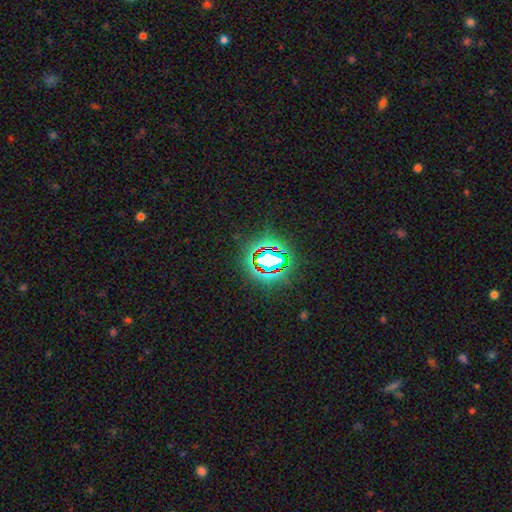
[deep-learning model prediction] Q: Smooth or featured?
A: star or artifact (73%); runner-up: smooth (16%)